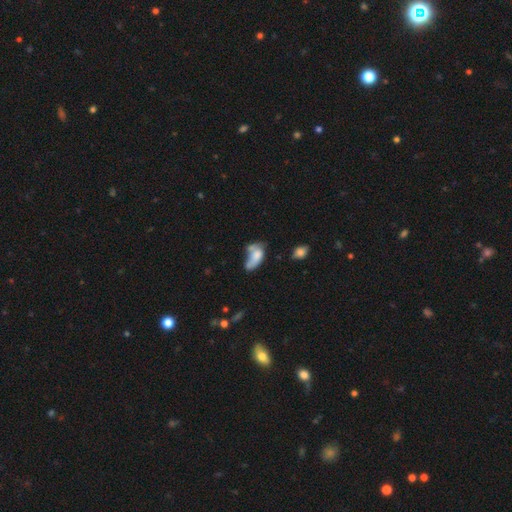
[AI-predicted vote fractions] smooth-or-featured: smooth: 66% | featured or disk: 24% | star or artifact: 9%
  how-rounded: in between: 88% | round: 7% | cigar-shaped: 6%
  merging: merger: 35% | major disturbance: 23% | none: 22% | minor disturbance: 21%